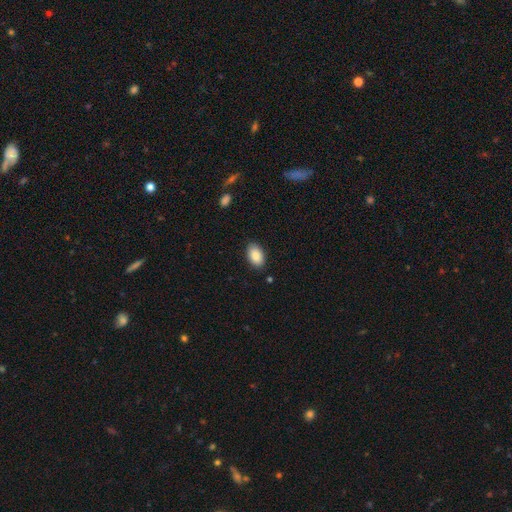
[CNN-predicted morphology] Smooth or featured: smooth — 88% (star or artifact — 7%)
How rounded: in between — 93% (round — 6%)
Merging: none — 87% (minor disturbance — 10%)